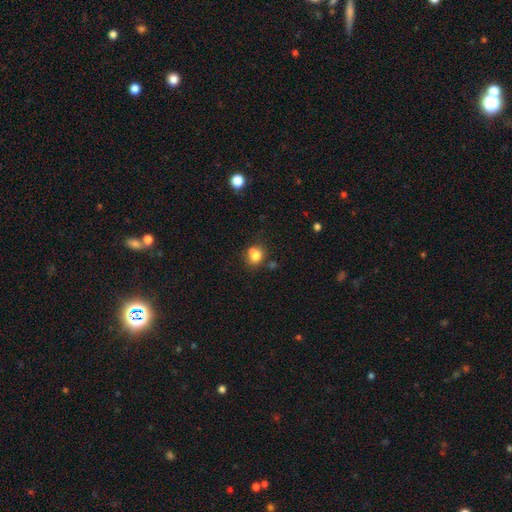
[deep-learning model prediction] This appears to be a smooth galaxy with no disk features (75%) that is round (66%). Merging: none (49%).